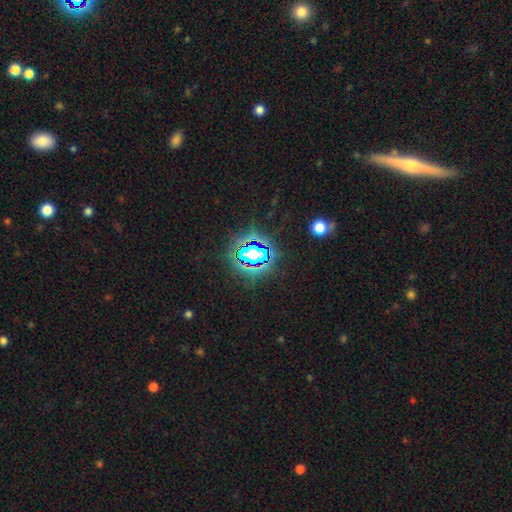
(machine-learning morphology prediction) A star or artifact, not a galaxy (73%).

Vote fractions:
- Smooth or featured? star or artifact: 73% / smooth: 14% / featured or disk: 13%